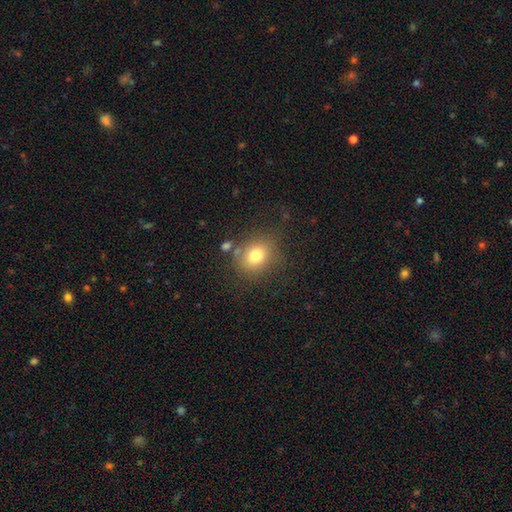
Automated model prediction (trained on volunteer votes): Overall: smooth (76%). How rounded: round (62%; in between 37%). Merging: none (74%).